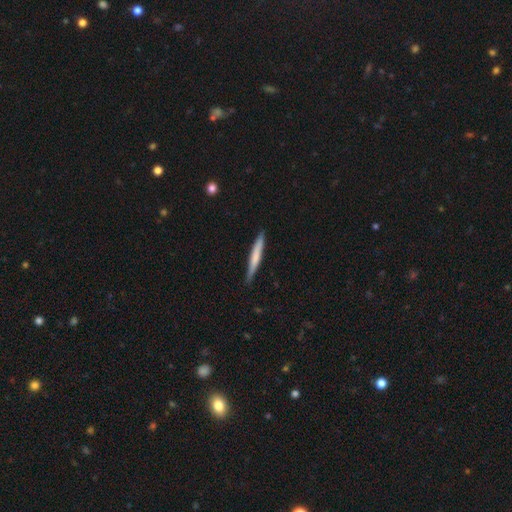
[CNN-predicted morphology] This appears to be a smooth galaxy with no disk features (62%) that is cigar-shaped (96%). Merging: none (87%).